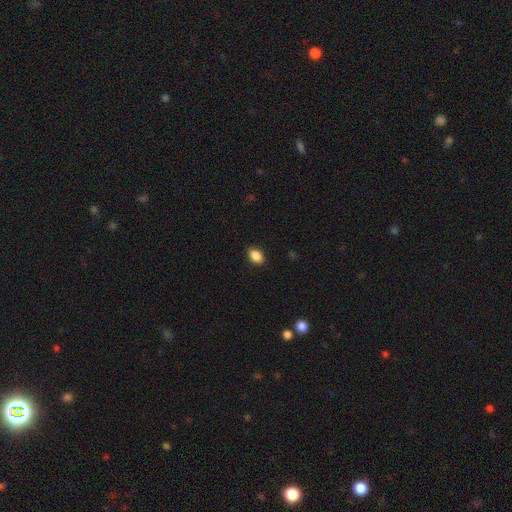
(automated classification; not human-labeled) smooth 88%, star or artifact 8%, featured or disk 4%. Down the decision tree: how rounded — in between (86%); merging — none (88%).